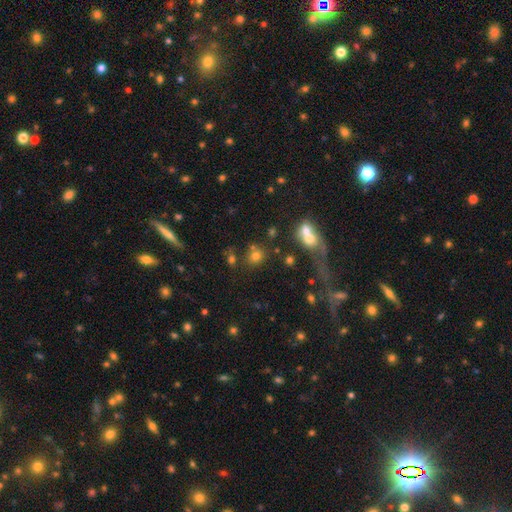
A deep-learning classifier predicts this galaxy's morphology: Q: Smooth or featured?
A: smooth (70%); runner-up: star or artifact (19%)
Q: How rounded?
A: round (80%); runner-up: in between (19%)
Q: Merging?
A: none (65%); runner-up: merger (20%)